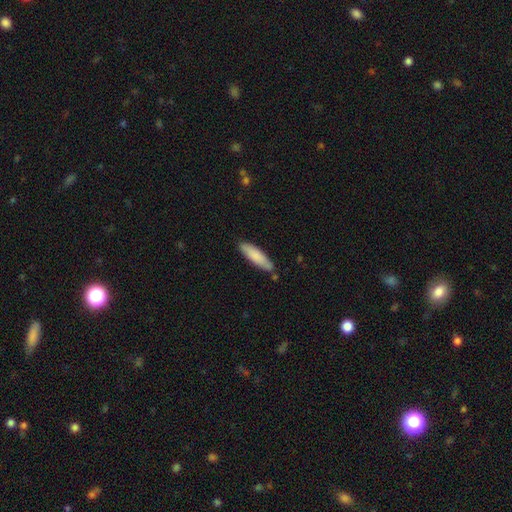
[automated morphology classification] Q: Smooth or featured?
A: smooth (83%); runner-up: featured or disk (11%)
Q: How rounded?
A: cigar-shaped (64%); runner-up: in between (34%)
Q: Merging?
A: none (77%); runner-up: minor disturbance (16%)